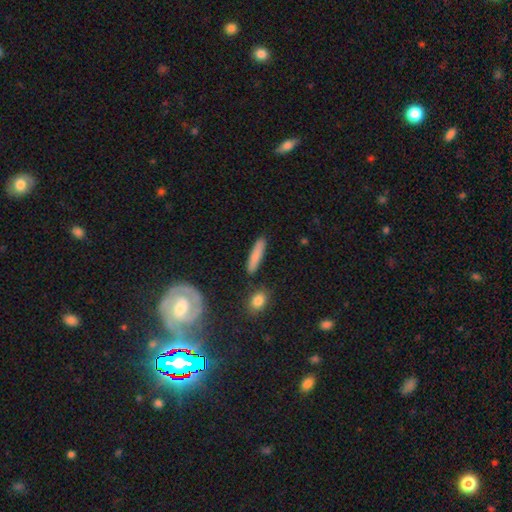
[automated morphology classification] Smooth or featured? Predicted: smooth (p=0.78). How rounded? Predicted: cigar-shaped (p=0.84). Merging? Predicted: none (p=0.85).